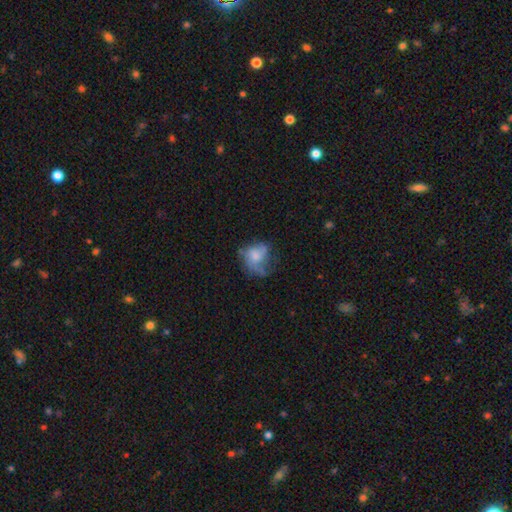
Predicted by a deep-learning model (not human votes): Overall: smooth (46%; featured or disk 44%). Merging: major disturbance (38%; none 35%).